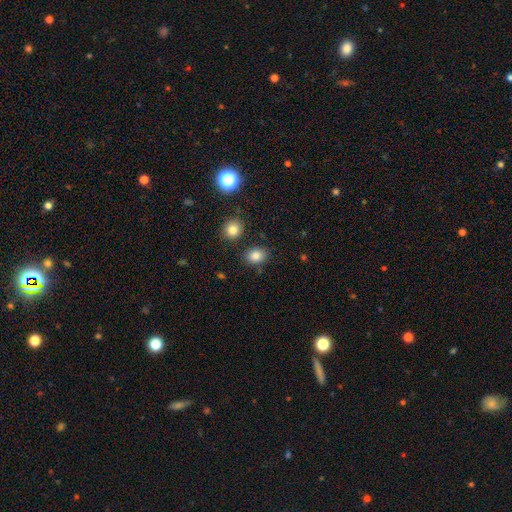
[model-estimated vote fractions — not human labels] Morphology: type=smooth (84%); roundness=in between (59%); merging=none (82%).